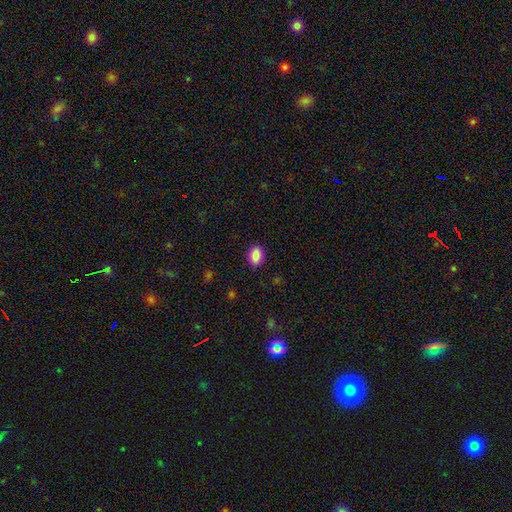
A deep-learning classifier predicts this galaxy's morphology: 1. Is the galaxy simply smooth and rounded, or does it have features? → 88% smooth, 8% star or artifact, 4% featured or disk.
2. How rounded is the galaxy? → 79% in between, 20% round, 1% cigar-shaped.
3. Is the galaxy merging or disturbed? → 89% none, 8% minor disturbance, 2% major disturbance, 1% merger.